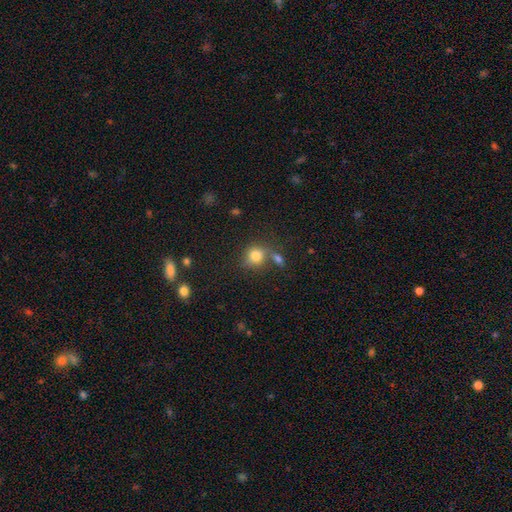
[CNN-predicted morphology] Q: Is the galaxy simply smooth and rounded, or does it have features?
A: smooth — 78%.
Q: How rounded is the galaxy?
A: round — 76%.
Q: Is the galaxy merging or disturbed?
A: none — 58%.